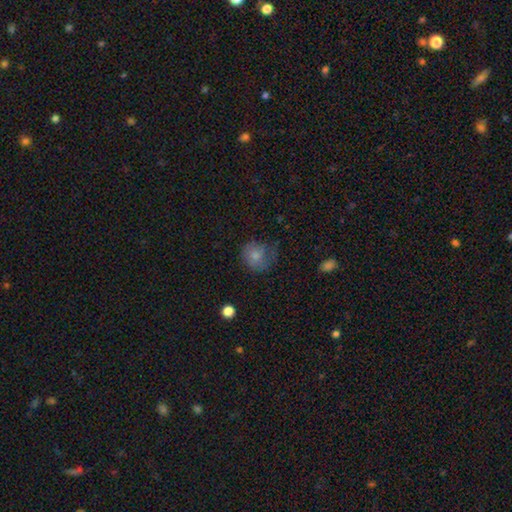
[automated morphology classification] Smooth or featured? smooth (77%)
How rounded? round (75%)
Merging? none (47%)